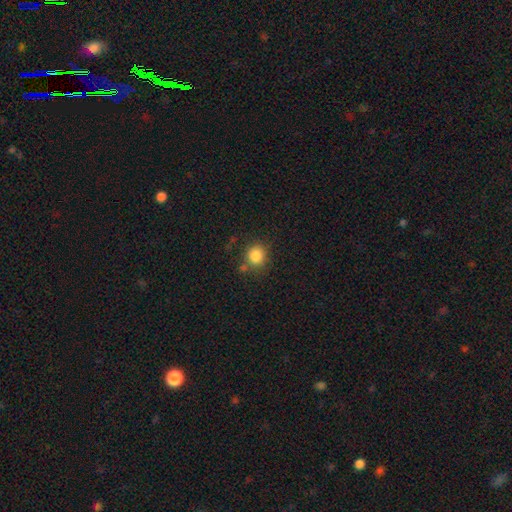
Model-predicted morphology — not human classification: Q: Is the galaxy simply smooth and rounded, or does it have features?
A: smooth — 85%.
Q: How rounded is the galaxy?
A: round — 84%.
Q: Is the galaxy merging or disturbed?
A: none — 75%.